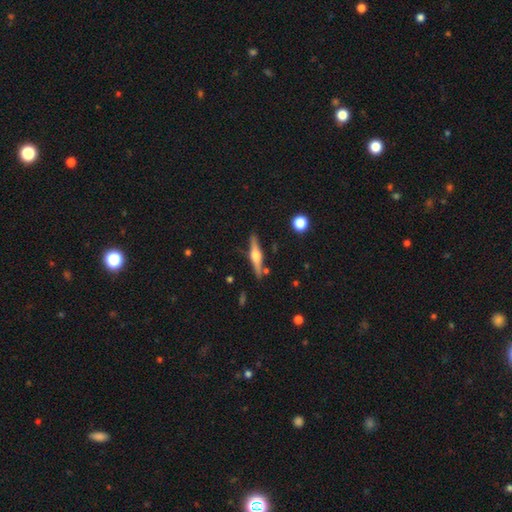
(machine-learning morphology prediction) Smooth or featured? Predicted: featured or disk (p=0.72). Edge-on disk? Predicted: yes (p=0.97). Edge-on bulge? Predicted: rounded (p=0.91). Merging? Predicted: none (p=0.86).